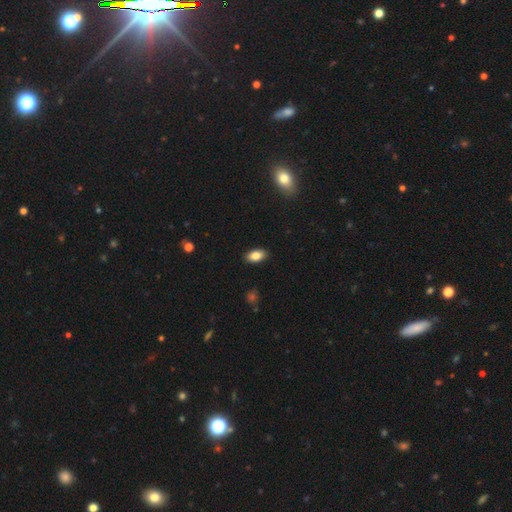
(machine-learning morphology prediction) A smooth galaxy with no disk features (84%) that is in between round and cigar-shaped (92%). Merging: none (89%).